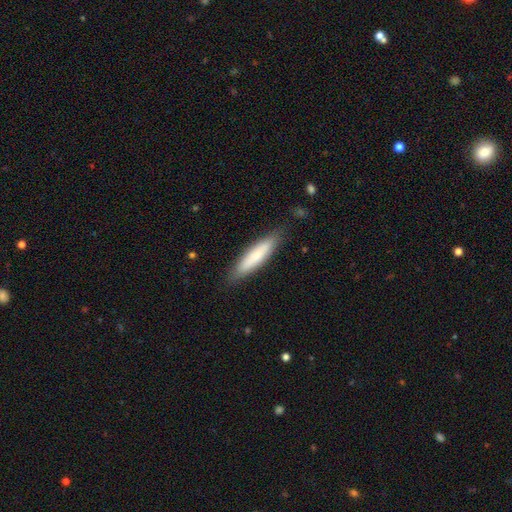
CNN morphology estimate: smooth 74%, featured or disk 20%, star or artifact 6%. Down the decision tree: how rounded — cigar-shaped (81%); merging — none (86%).